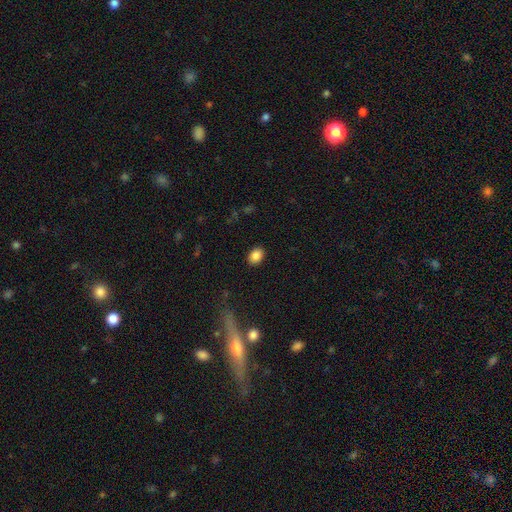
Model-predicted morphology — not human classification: Smooth or featured? Predicted: smooth (p=0.87). How rounded? Predicted: in between (p=0.71). Merging? Predicted: none (p=0.89).